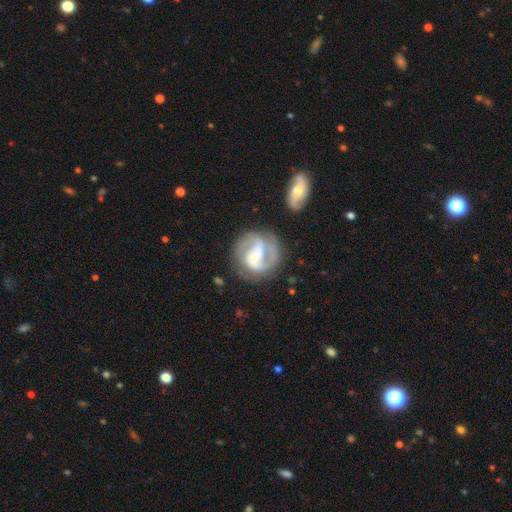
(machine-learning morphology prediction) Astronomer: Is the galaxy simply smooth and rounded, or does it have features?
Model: featured or disk — 82%.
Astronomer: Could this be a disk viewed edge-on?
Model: no — 98%.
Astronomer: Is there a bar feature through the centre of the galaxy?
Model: weak — 43% (runner-up: strong, 31%).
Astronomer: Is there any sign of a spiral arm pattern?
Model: yes — 94%.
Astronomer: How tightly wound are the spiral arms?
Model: medium — 51% (runner-up: tight, 27%).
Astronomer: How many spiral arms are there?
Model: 2 — 80%.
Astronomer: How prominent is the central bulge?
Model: small — 42% (runner-up: moderate, 29%).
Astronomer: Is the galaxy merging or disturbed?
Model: none — 66%.